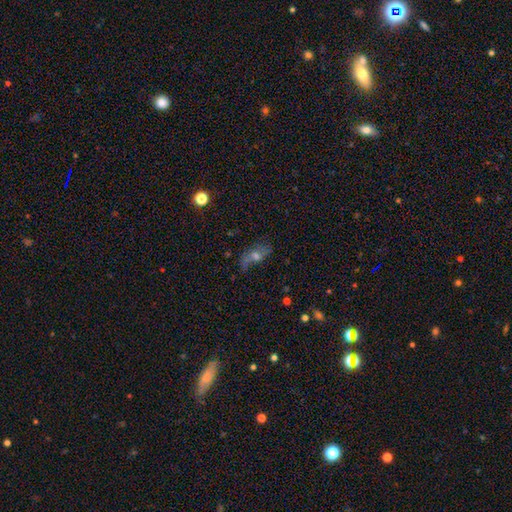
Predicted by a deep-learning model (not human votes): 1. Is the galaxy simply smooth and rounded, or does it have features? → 47% featured or disk, 35% smooth, 18% star or artifact.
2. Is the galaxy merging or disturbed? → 58% none, 23% minor disturbance, 15% major disturbance, 4% merger.